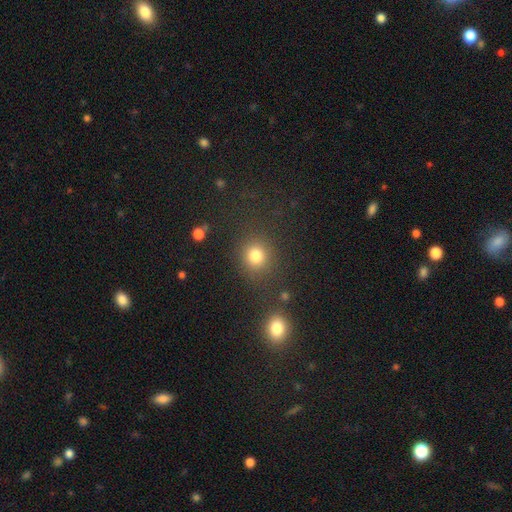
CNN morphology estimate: Smooth or featured? Predicted: smooth (p=0.81). How rounded? Predicted: round (p=0.83). Merging? Predicted: none (p=0.79).